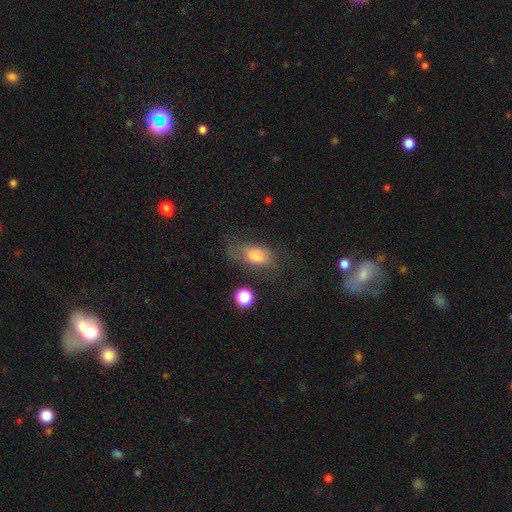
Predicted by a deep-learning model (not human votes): A smooth galaxy with no disk features (63%) that is in between round and cigar-shaped (84%).

Vote fractions:
- Smooth or featured? smooth: 63% / featured or disk: 25% / star or artifact: 12%
- How rounded? in between: 84% / cigar-shaped: 8% / round: 8%
- Merging? none: 45% / minor disturbance: 26% / major disturbance: 26% / merger: 4%